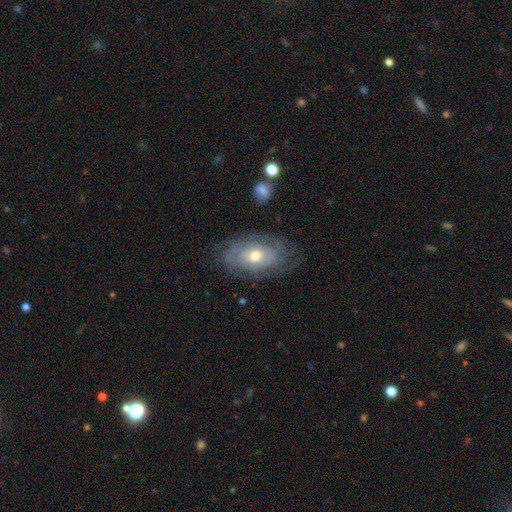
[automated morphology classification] Smooth or featured? featured or disk (61%)
Edge-on disk? no (92%)
Bar? no (81%)
Spiral arms? yes (67%)
Bulge size? moderate (66%)
Merging? none (69%)